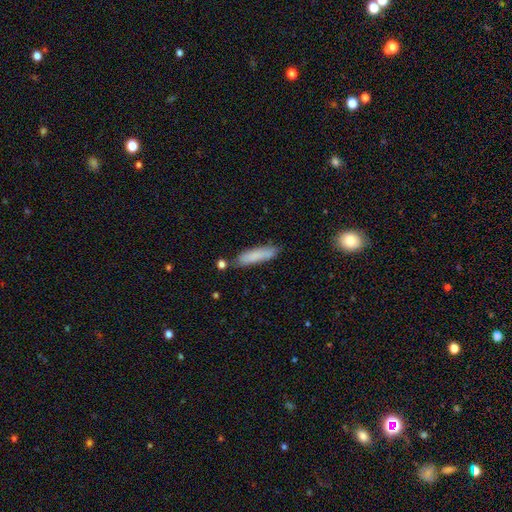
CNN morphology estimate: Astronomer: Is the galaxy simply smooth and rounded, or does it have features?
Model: smooth — 81%.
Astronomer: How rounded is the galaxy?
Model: cigar-shaped — 77%.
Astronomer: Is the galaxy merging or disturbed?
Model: none — 76%.